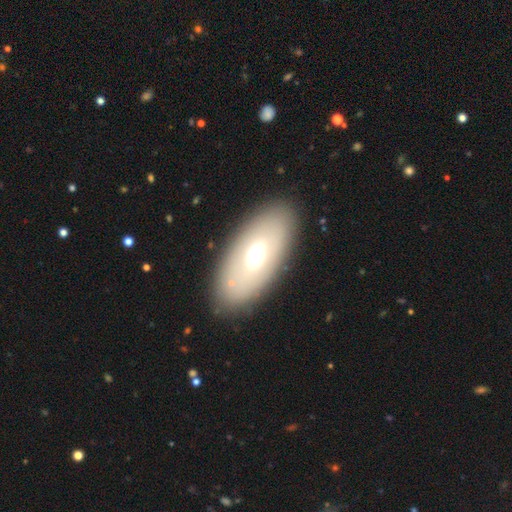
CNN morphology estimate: smooth_or_featured: smooth (p=0.56) [alt: featured or disk p=0.36]
how_rounded: in between (p=0.90) [alt: cigar-shaped p=0.05]
merging: none (p=0.84) [alt: minor disturbance p=0.09]